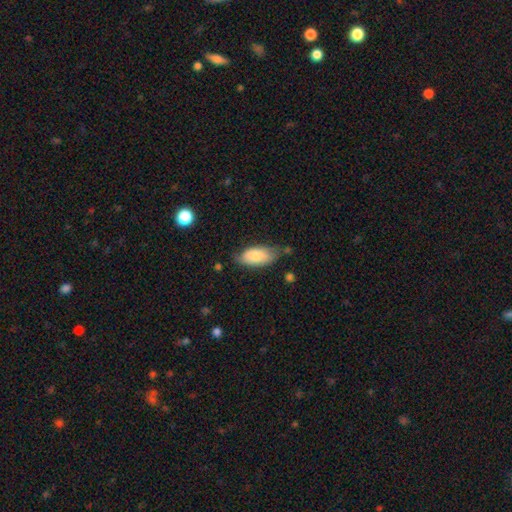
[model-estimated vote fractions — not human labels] This appears to be a smooth galaxy with no disk features (77%) that is in between round and cigar-shaped (91%). Merging: none (58%).